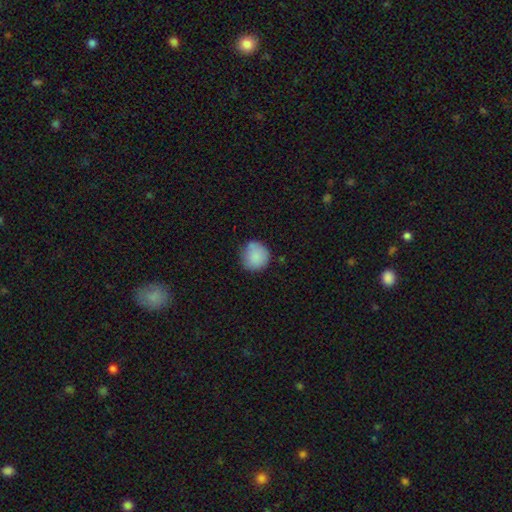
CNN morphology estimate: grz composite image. It shows a smooth galaxy with no disk features (86%) that is round (91%). Merging: none (69%).